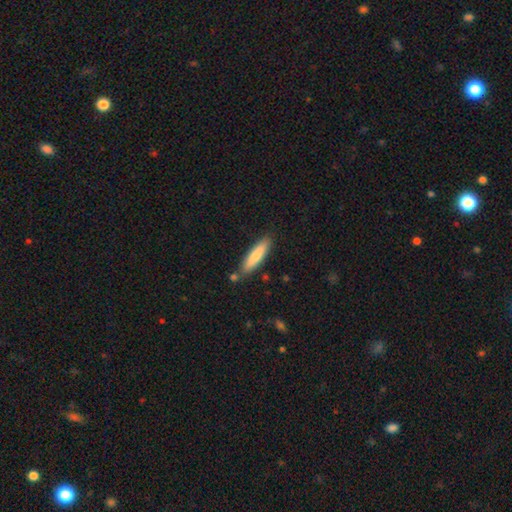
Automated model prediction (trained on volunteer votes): Q: Smooth or featured?
A: smooth (78%); runner-up: featured or disk (17%)
Q: How rounded?
A: cigar-shaped (77%); runner-up: in between (22%)
Q: Merging?
A: none (80%); runner-up: minor disturbance (12%)